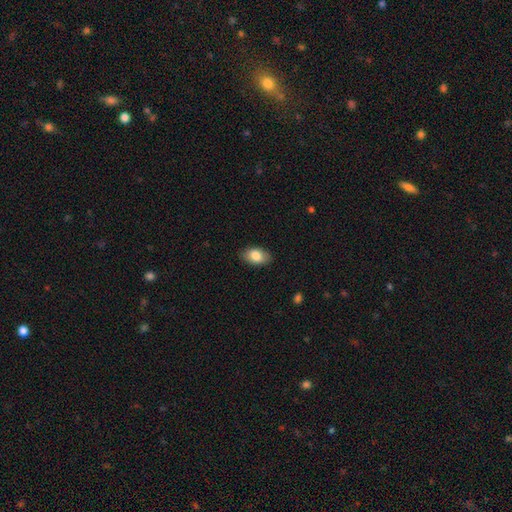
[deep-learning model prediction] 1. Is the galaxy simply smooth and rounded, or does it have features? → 83% smooth, 10% featured or disk, 7% star or artifact.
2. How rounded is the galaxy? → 92% in between, 6% round, 2% cigar-shaped.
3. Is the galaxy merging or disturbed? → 87% none, 10% minor disturbance, 2% major disturbance, 1% merger.